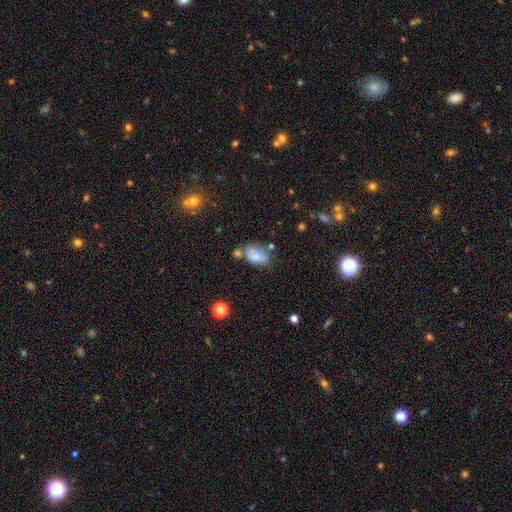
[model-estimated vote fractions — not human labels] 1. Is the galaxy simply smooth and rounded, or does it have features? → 72% smooth, 19% featured or disk, 9% star or artifact.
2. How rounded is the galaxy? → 90% in between, 8% round, 2% cigar-shaped.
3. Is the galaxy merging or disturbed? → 47% none, 24% minor disturbance, 20% merger, 8% major disturbance.